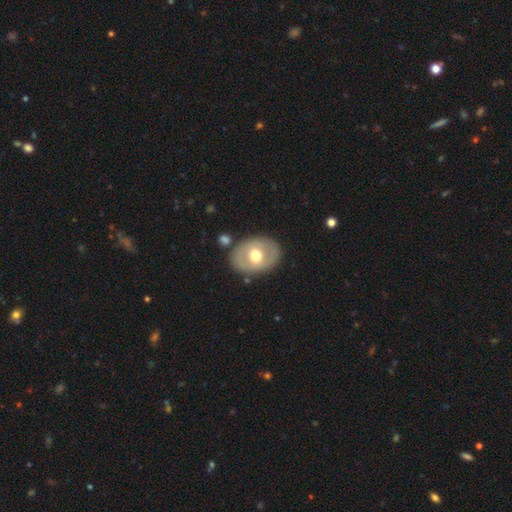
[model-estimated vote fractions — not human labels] This is possibly a smooth galaxy (48%). Merging: clearly none (81%).